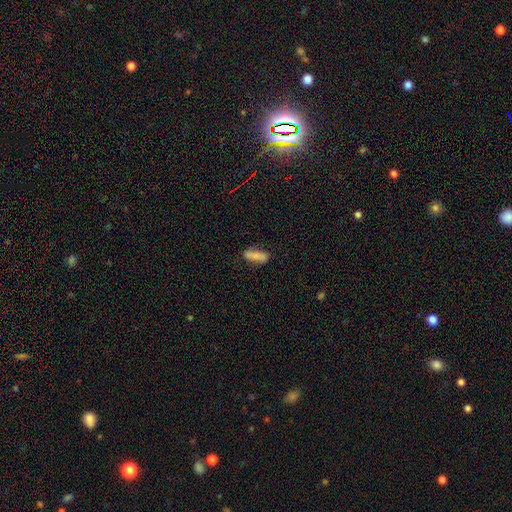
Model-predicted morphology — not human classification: Smooth or featured: smooth — 81% (featured or disk — 11%)
How rounded: in between — 54% (cigar-shaped — 43%)
Merging: none — 74% (minor disturbance — 19%)